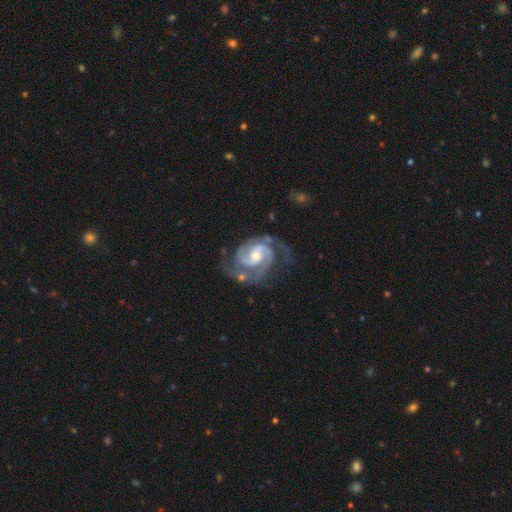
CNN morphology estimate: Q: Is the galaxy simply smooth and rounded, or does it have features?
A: featured or disk — 94%.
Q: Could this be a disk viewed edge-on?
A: no — 98%.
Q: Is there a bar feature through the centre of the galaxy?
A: weak — 46%.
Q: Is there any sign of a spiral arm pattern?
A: yes — 99%.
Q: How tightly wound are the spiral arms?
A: tight — 51%.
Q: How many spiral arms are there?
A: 2 — 73%.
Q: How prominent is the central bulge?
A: moderate — 52%.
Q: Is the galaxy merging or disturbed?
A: none — 63%.